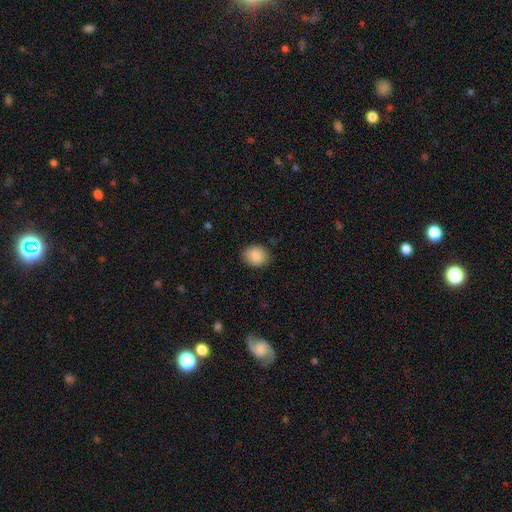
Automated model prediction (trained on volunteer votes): This is clearly a smooth galaxy (87%). How rounded: likely round (63%). Merging: clearly none (84%).